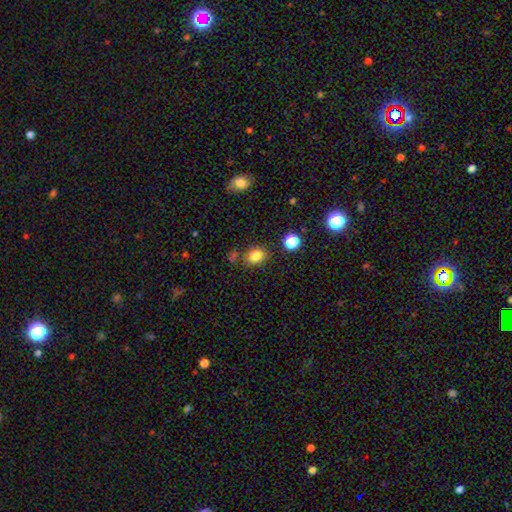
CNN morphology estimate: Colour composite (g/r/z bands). It shows a smooth galaxy with no disk features (82%) that is in between round and cigar-shaped (53%). Merging: none (75%).